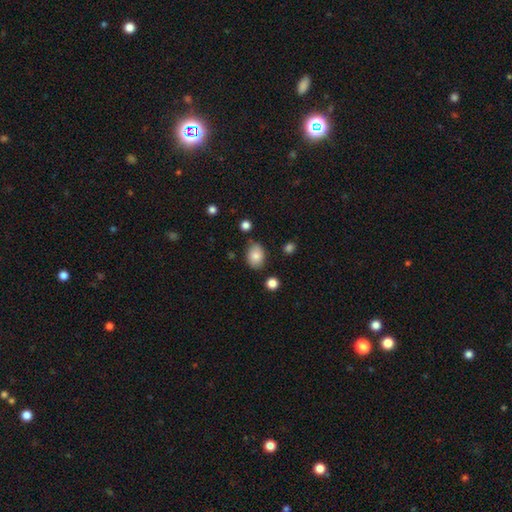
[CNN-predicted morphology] smooth 85%, star or artifact 8%, featured or disk 7%. Down the decision tree: how rounded — in between (73%); merging — none (75%).